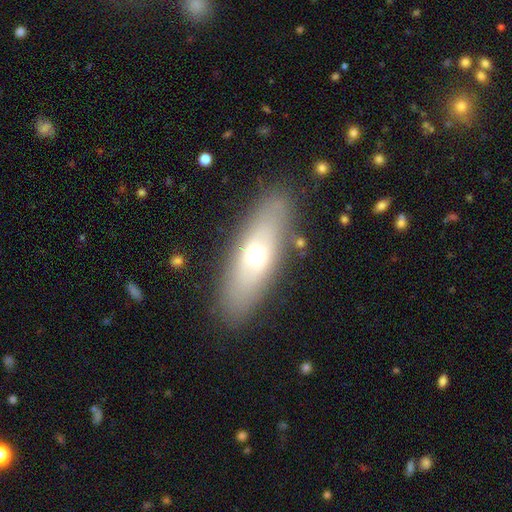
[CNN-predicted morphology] type=smooth (53%); roundness=in between (57%); merging=none (84%).